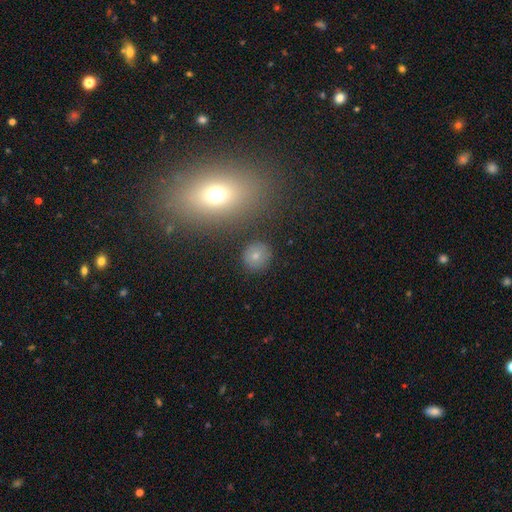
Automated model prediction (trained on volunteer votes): Morphology: type=smooth (76%); roundness=round (88%); merging=none (86%).